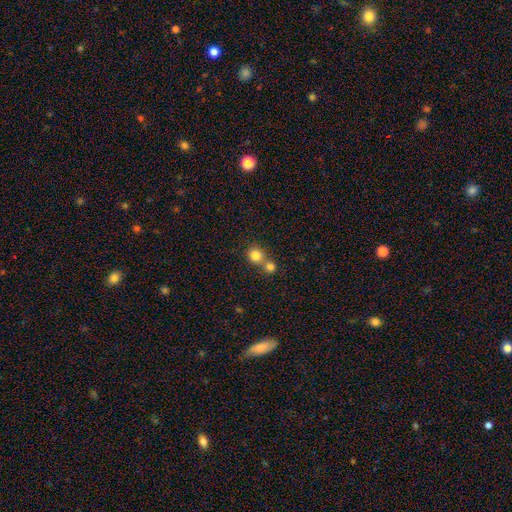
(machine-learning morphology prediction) A smooth galaxy with no disk features (81%) that is round (88%).

Vote fractions:
- Smooth or featured? smooth: 81% / star or artifact: 12% / featured or disk: 7%
- How rounded? round: 88% / in between: 11% / cigar-shaped: 1%
- Merging? merger: 46% (tied) / none: 46% (tied) / minor disturbance: 6% / major disturbance: 2%